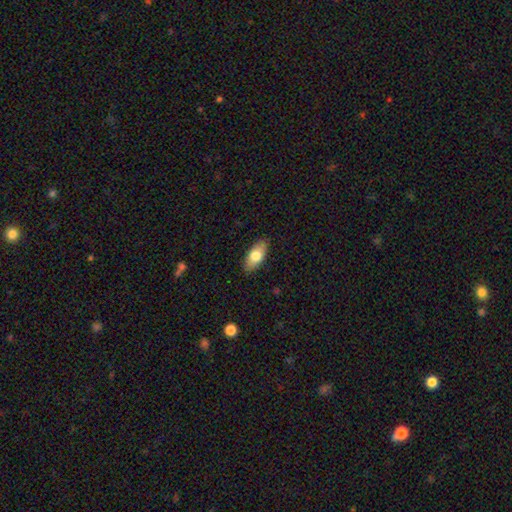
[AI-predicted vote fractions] This appears to be a smooth galaxy with no disk features (74%) that is in between round and cigar-shaped (87%). Merging: none (88%).